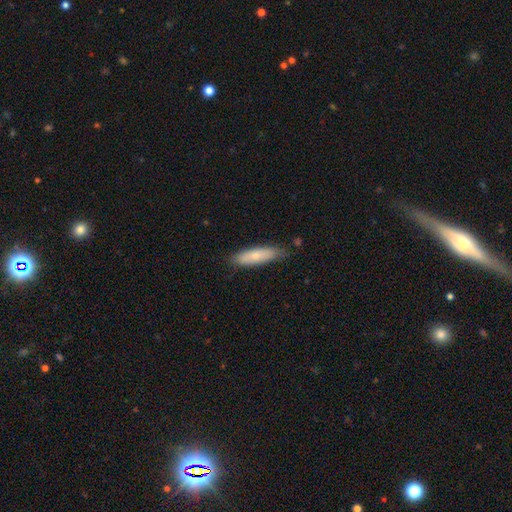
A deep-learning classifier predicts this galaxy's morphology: Smooth or featured?
  - smooth: 74% *
  - featured or disk: 19%
  - star or artifact: 6%
How rounded?
  - cigar-shaped: 59% *
  - in between: 39%
  - round: 2%
Merging?
  - none: 75% *
  - minor disturbance: 20%
  - major disturbance: 3%
  - merger: 2%